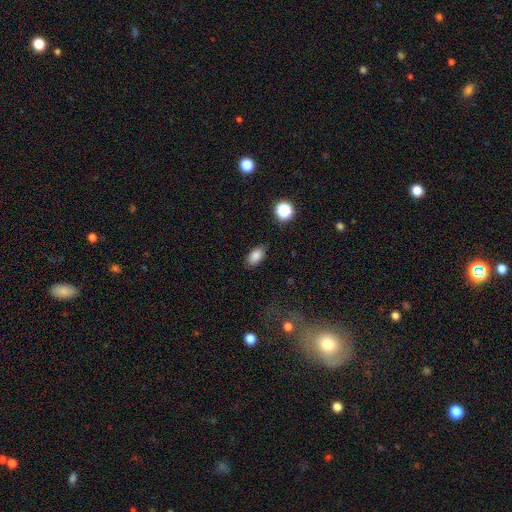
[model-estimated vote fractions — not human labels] Q: Smooth or featured?
A: smooth (84%); runner-up: star or artifact (10%)
Q: How rounded?
A: in between (91%); runner-up: round (7%)
Q: Merging?
A: none (84%); runner-up: minor disturbance (12%)